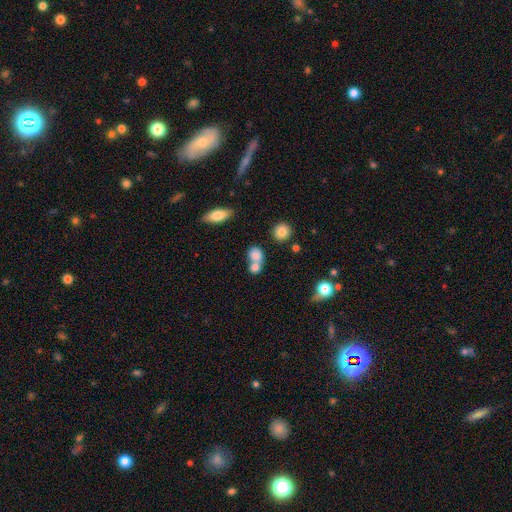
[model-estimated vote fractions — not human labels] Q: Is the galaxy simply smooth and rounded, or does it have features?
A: smooth — 78%.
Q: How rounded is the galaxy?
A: round — 60%.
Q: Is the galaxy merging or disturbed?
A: merger — 55%.